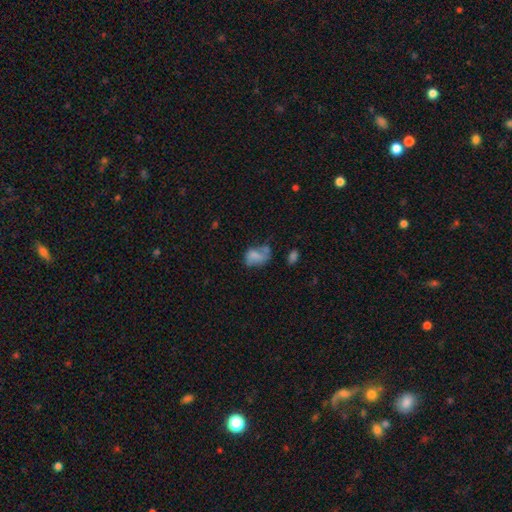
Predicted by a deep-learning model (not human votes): This is likely a smooth galaxy (64%). How rounded: likely in between (80%). Merging: marginally none (30%).